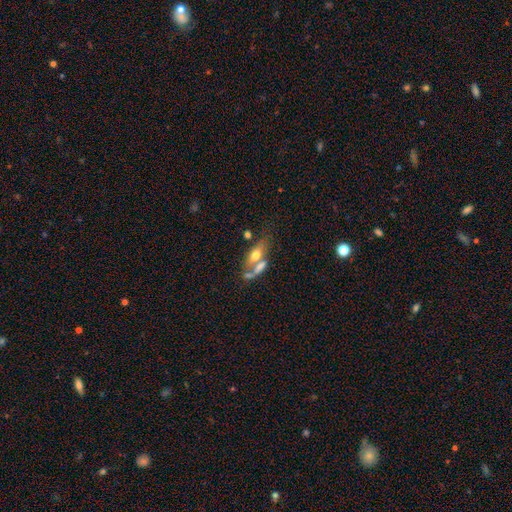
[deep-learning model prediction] Smooth or featured?
  - smooth: 54% *
  - featured or disk: 38%
  - star or artifact: 8%
How rounded?
  - in between: 65% *
  - cigar-shaped: 30%
  - round: 5%
Merging?
  - merger: 47% *
  - none: 32%
  - minor disturbance: 12%
  - major disturbance: 9%